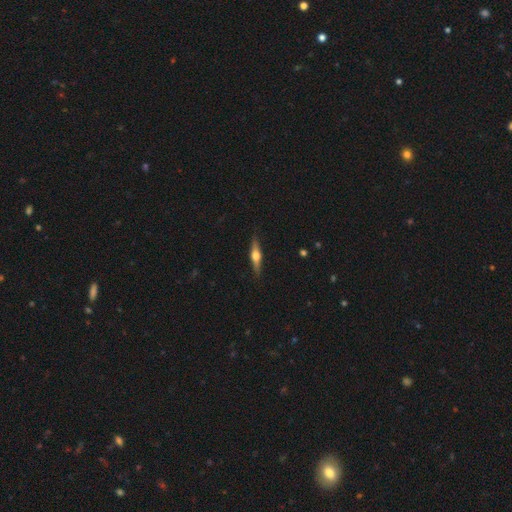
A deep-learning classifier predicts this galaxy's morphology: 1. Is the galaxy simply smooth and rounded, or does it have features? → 64% featured or disk, 30% smooth, 6% star or artifact.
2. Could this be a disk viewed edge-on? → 96% yes, 4% no.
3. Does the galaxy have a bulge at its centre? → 94% rounded, 4% boxy, 2% none.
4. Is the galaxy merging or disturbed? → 90% none, 8% minor disturbance, 2% major disturbance, 1% merger.